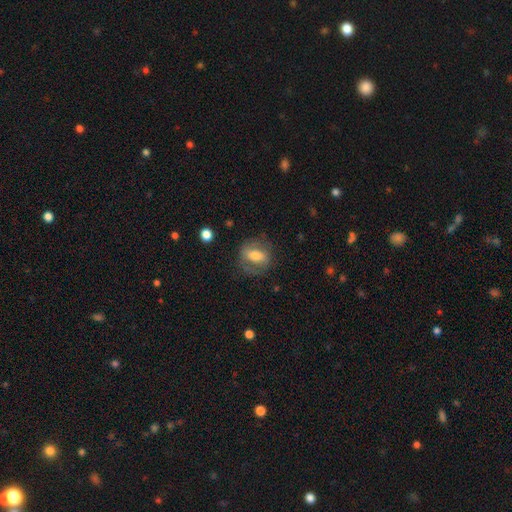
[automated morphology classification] This appears to be a smooth galaxy with no disk features (53%) that is in between round and cigar-shaped (60%). Merging: none (70%).